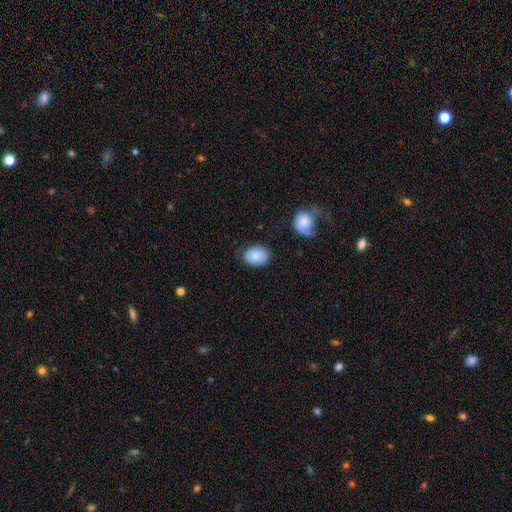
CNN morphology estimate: A smooth galaxy with no disk features (85%) that is in between round and cigar-shaped (65%). Merging: none (78%).